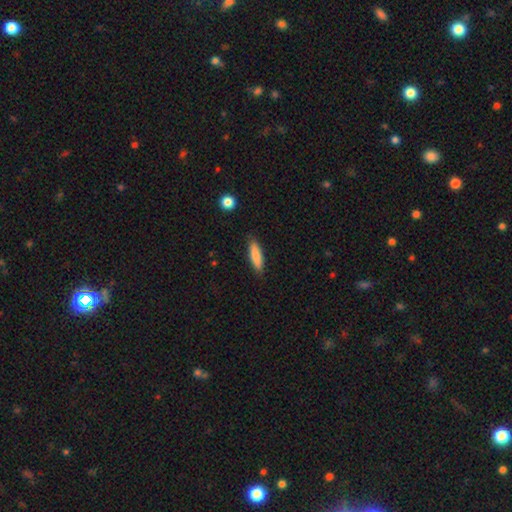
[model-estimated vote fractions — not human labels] Overall: smooth (84%). How rounded: cigar-shaped (69%). Merging: none (87%).